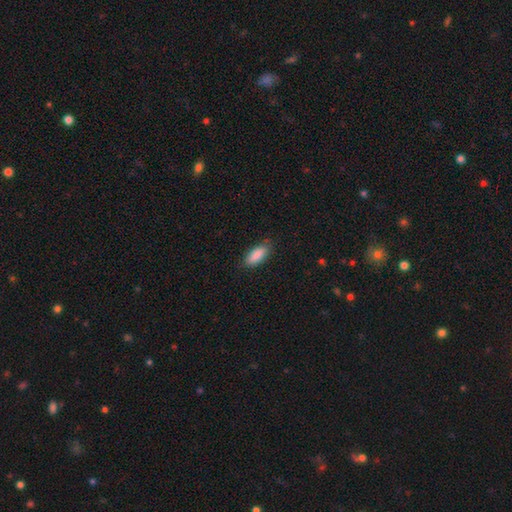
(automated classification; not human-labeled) smooth_or_featured: smooth (p=0.89) [alt: star or artifact p=0.06]
how_rounded: in between (p=0.80) [alt: cigar-shaped p=0.18]
merging: none (p=0.83) [alt: minor disturbance p=0.13]